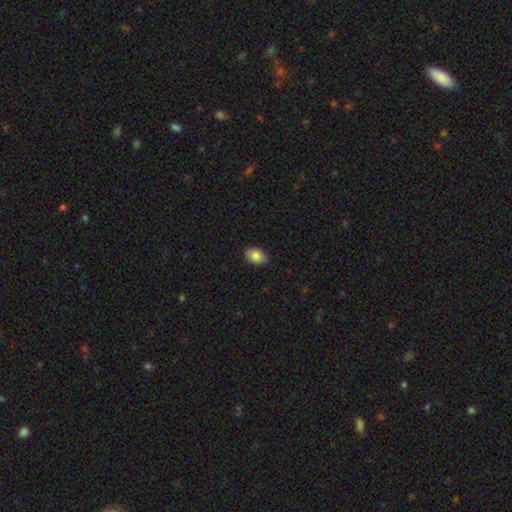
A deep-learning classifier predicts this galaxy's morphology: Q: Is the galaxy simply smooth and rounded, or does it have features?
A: smooth — 85%.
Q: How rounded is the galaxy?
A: in between — 86%.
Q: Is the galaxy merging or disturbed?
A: none — 88%.